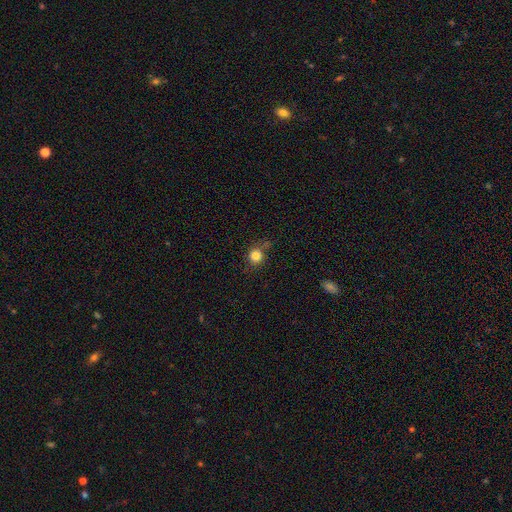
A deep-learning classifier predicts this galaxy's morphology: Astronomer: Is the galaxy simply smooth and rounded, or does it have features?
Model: smooth — 83%.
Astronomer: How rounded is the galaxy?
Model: round — 89%.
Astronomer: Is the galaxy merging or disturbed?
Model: none — 71%.